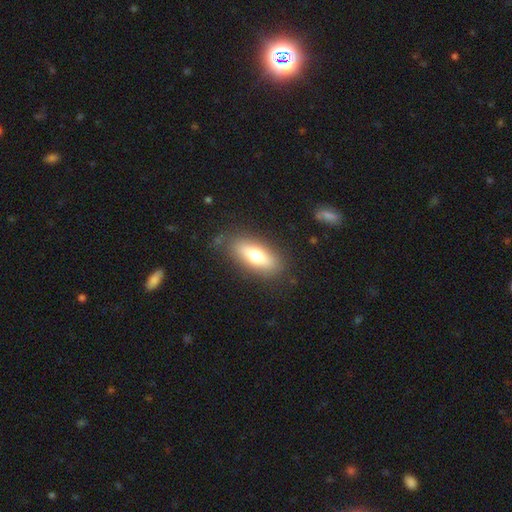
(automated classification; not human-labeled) smooth_or_featured: smooth (p=0.66) [alt: featured or disk p=0.26]
how_rounded: in between (p=0.71) [alt: cigar-shaped p=0.25]
merging: none (p=0.82) [alt: minor disturbance p=0.12]